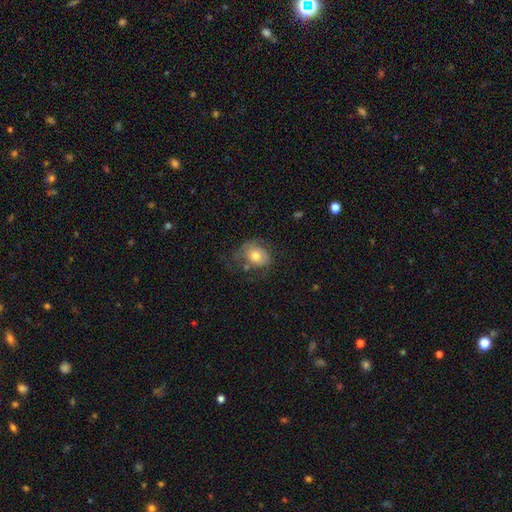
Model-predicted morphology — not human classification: The model was most divided on "how rounded": in between: 54%, round: 45%, cigar-shaped: 1%. Remaining: smooth or featured — smooth (63%); merging — none (41%).